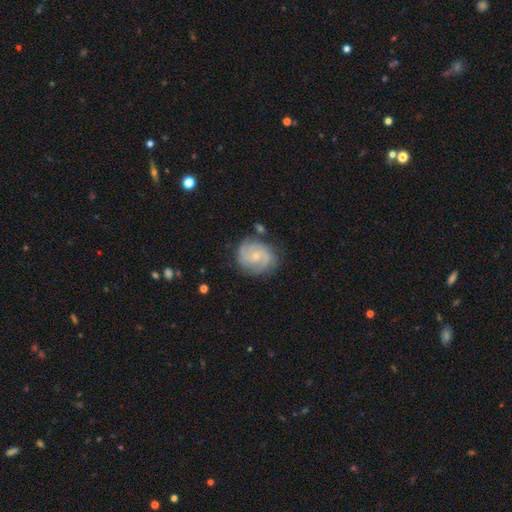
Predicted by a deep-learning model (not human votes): A featured or disk galaxy (78%) with no bar (66%), 2 (62%) tight (46%) spiral arms (95%) and a small central bulge (70%).

Vote fractions:
- Smooth or featured? featured or disk: 78% / smooth: 16% / star or artifact: 6%
- Edge-on disk? no: 98% / yes: 2%
- Bar? no: 66% / weak: 29% / strong: 4%
- Spiral arms? yes: 95% / no: 5%
- Spiral winding? tight: 46% / medium: 42% / loose: 12%
- Spiral arm count? 2: 62% / 3: 16% / can't tell: 13% / 4: 3% / 1: 3% / more than 4: 3%
- Bulge size? small: 70% / moderate: 26% / none: 2% / large: 1% / dominant: 1%
- Merging? none: 76% / minor disturbance: 16% / major disturbance: 5% / merger: 3%